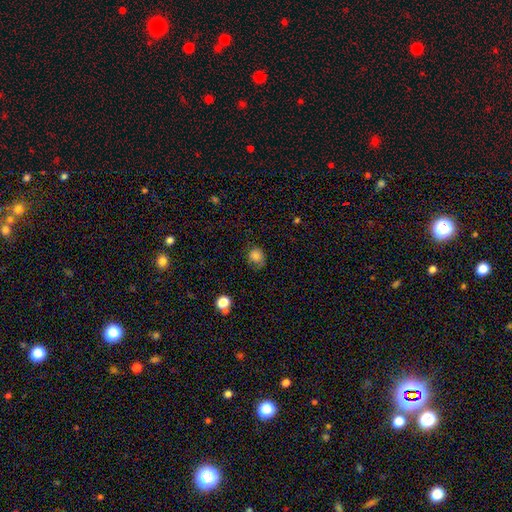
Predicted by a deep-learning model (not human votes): A smooth galaxy with no disk features (81%) that is round (76%). Merging: none (58%).